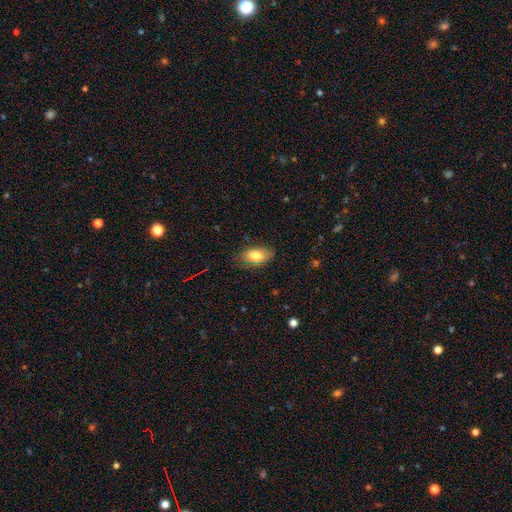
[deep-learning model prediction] smooth-or-featured: smooth: 77% | featured or disk: 15% | star or artifact: 8%
  how-rounded: in between: 92% | round: 5% | cigar-shaped: 3%
  merging: none: 75% | minor disturbance: 20% | major disturbance: 5% | merger: 1%